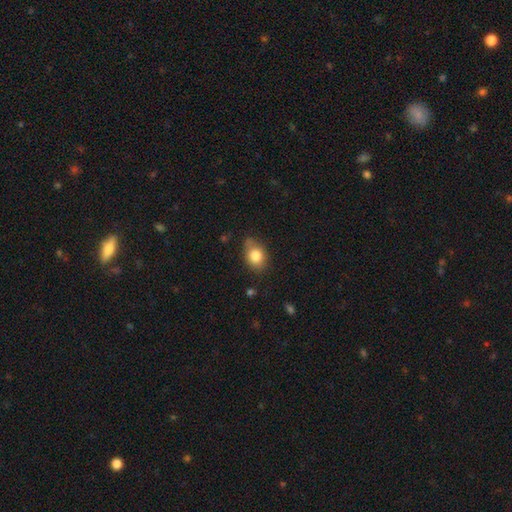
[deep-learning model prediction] A smooth galaxy with no disk features (81%) that is in between round and cigar-shaped (70%).

Vote fractions:
- Smooth or featured? smooth: 81% / featured or disk: 10% / star or artifact: 9%
- How rounded? in between: 70% / round: 29% / cigar-shaped: 1%
- Merging? none: 68% / minor disturbance: 24% / major disturbance: 5% / merger: 3%